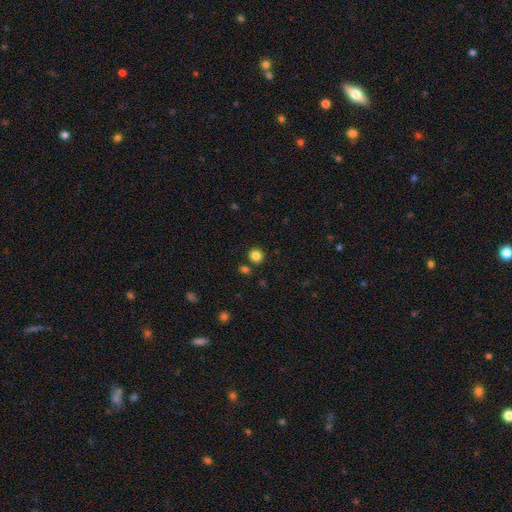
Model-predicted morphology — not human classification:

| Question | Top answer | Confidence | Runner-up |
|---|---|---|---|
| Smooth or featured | smooth | 84% | star or artifact (12%) |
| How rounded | round | 89% | in between (10%) |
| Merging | none | 84% | minor disturbance (7%) |